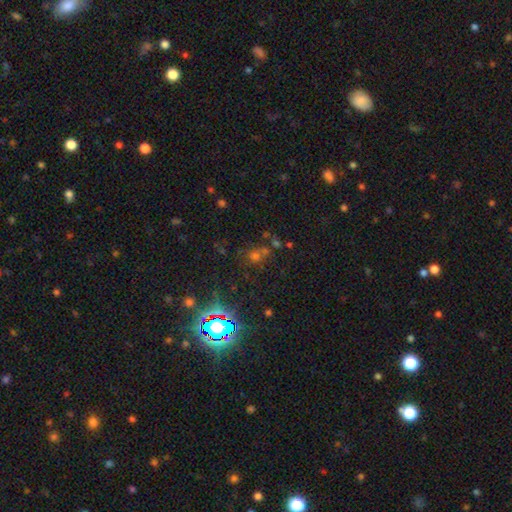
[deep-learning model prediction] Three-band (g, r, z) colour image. It shows a star or artifact, not a galaxy (52%).